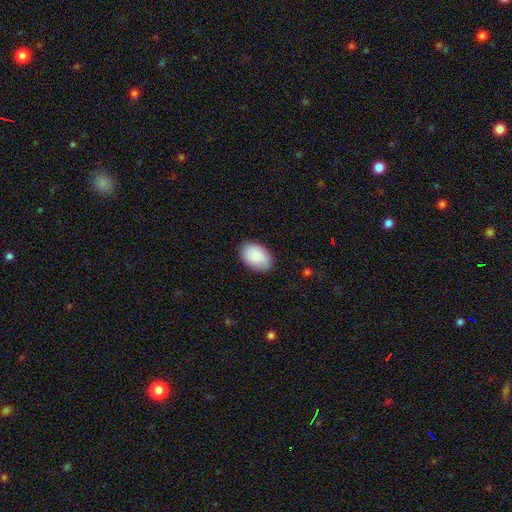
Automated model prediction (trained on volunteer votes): Smooth or featured? Predicted: smooth (p=0.87). How rounded? Predicted: in between (p=0.89). Merging? Predicted: none (p=0.86).